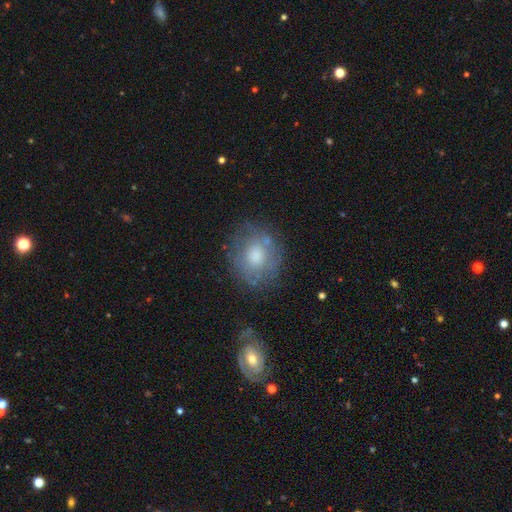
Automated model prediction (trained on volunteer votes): Smooth or featured? smooth (50%)
How rounded? round (73%)
Merging? none (70%)